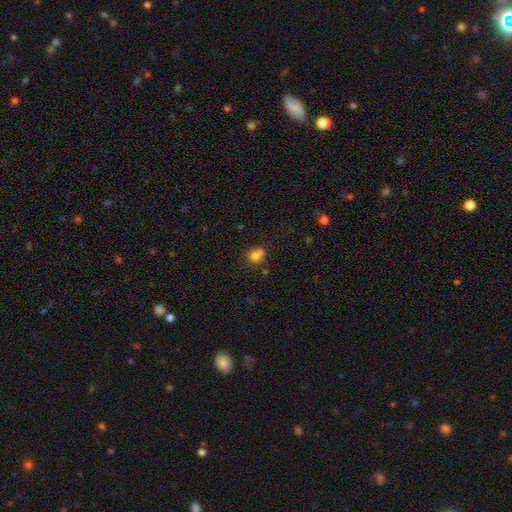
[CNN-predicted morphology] smooth-or-featured: smooth: 76% | star or artifact: 13% | featured or disk: 11%
  how-rounded: round: 75% | in between: 24% | cigar-shaped: 1%
  merging: none: 46% | merger: 36% | minor disturbance: 13% | major disturbance: 5%